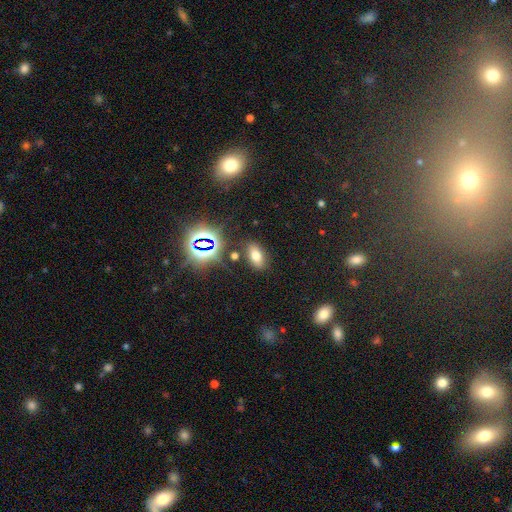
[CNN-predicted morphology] A smooth galaxy with no disk features (62%) that is in between round and cigar-shaped (85%). Merging: none (83%).